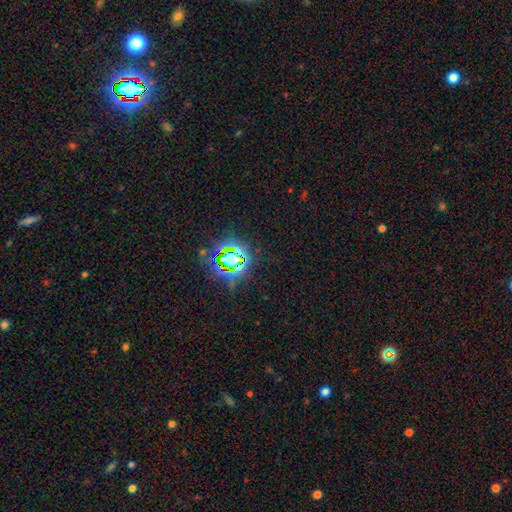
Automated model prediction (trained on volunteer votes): Smooth or featured? star or artifact (83%)